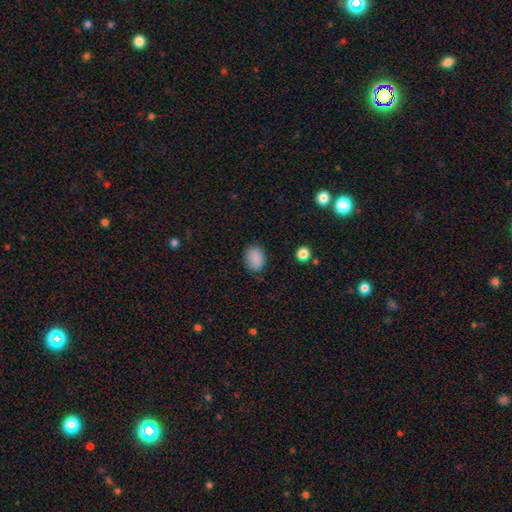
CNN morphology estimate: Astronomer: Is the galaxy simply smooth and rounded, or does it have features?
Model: smooth — 87%.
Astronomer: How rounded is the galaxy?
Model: in between — 68%.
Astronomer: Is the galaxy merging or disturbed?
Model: none — 83%.